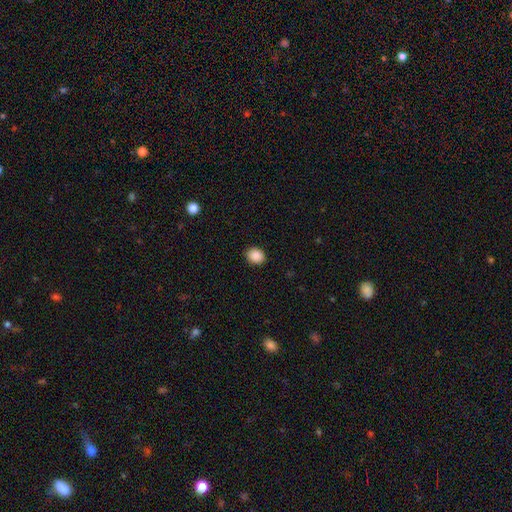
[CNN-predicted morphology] The model was most divided on "how rounded": round: 61%, in between: 38%, cigar-shaped: 1%. More confident: merging — none (90%); smooth or featured — smooth (89%).